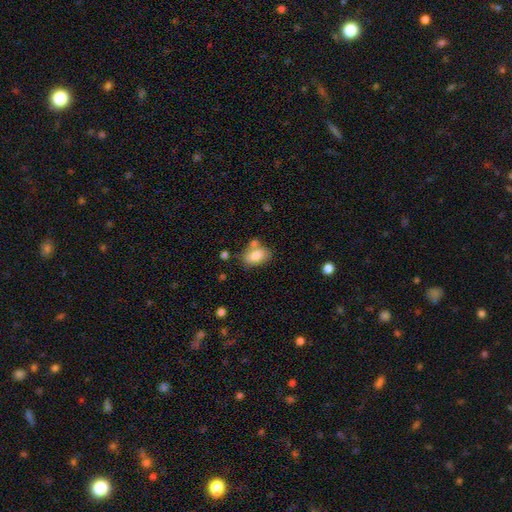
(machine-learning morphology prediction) smooth_or_featured: smooth (p=0.81) [alt: featured or disk p=0.11]
how_rounded: in between (p=0.88) [alt: round p=0.09]
merging: none (p=0.60) [alt: merger p=0.19]